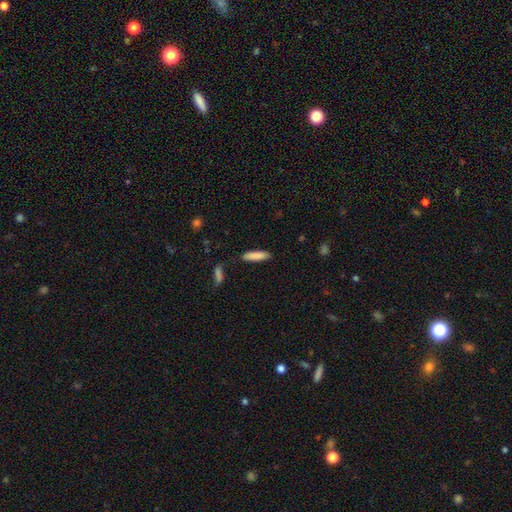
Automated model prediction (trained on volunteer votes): Smooth or featured? Predicted: smooth (p=0.86). How rounded? Predicted: cigar-shaped (p=0.74). Merging? Predicted: none (p=0.84).